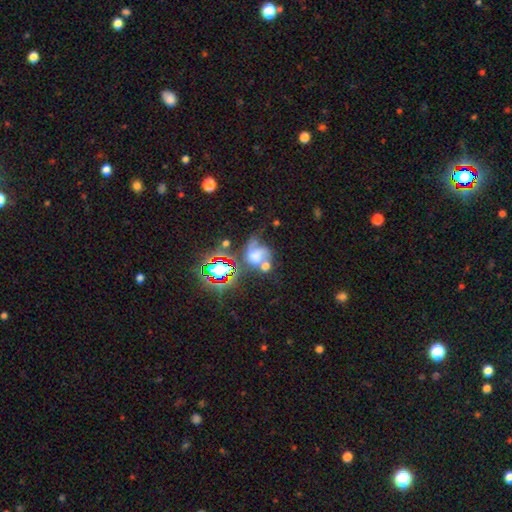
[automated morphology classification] smooth 39%, featured or disk 34%, star or artifact 27%. Down the decision tree: merging — merger (29%).